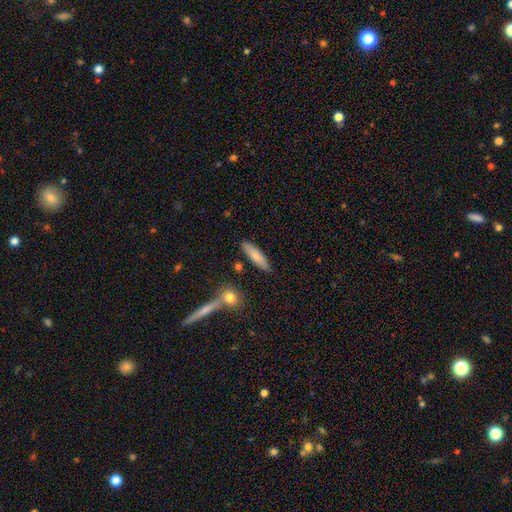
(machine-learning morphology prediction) Q: Smooth or featured?
A: smooth (79%); runner-up: featured or disk (15%)
Q: How rounded?
A: cigar-shaped (66%); runner-up: in between (32%)
Q: Merging?
A: none (83%); runner-up: minor disturbance (10%)